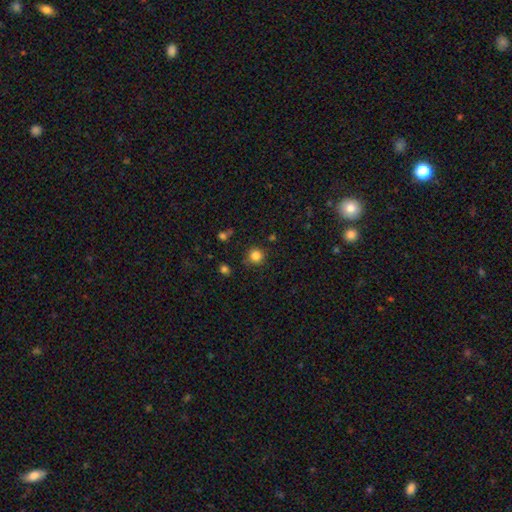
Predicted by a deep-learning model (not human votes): Smooth or featured?
  - smooth: 83% *
  - star or artifact: 12%
  - featured or disk: 4%
How rounded?
  - round: 93% *
  - in between: 6%
  - cigar-shaped: 1%
Merging?
  - none: 85% *
  - minor disturbance: 10%
  - major disturbance: 3%
  - merger: 2%